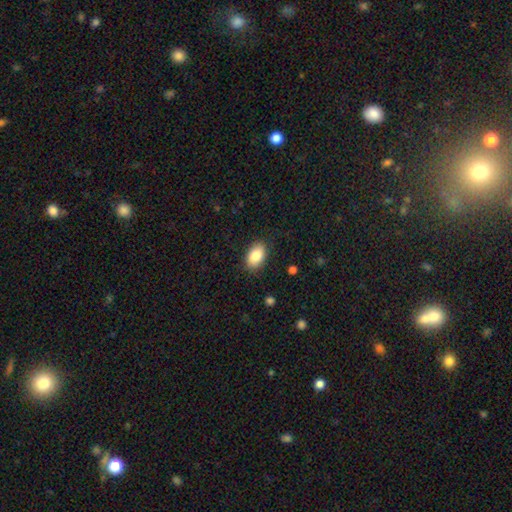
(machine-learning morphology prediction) smooth-or-featured: smooth: 86% | featured or disk: 7% | star or artifact: 7%
  how-rounded: in between: 90% | round: 9% | cigar-shaped: 1%
  merging: none: 86% | minor disturbance: 11% | major disturbance: 3% | merger: 1%